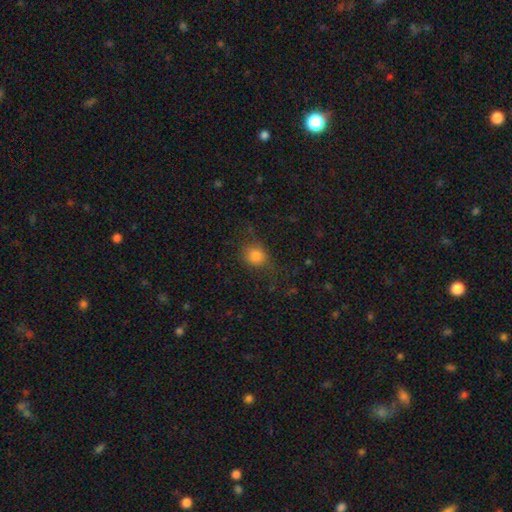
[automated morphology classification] This appears to be a smooth galaxy with no disk features (81%) that is round (77%). Merging: none (70%).